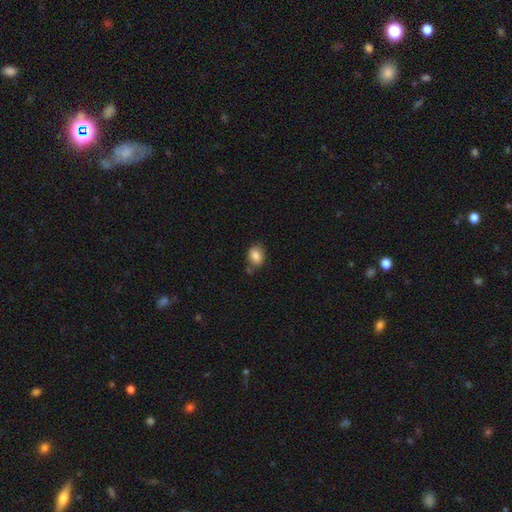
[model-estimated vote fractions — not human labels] smooth_or_featured: smooth (p=0.85) [alt: star or artifact p=0.08]
how_rounded: in between (p=0.66) [alt: round p=0.33]
merging: none (p=0.71) [alt: minor disturbance p=0.17]